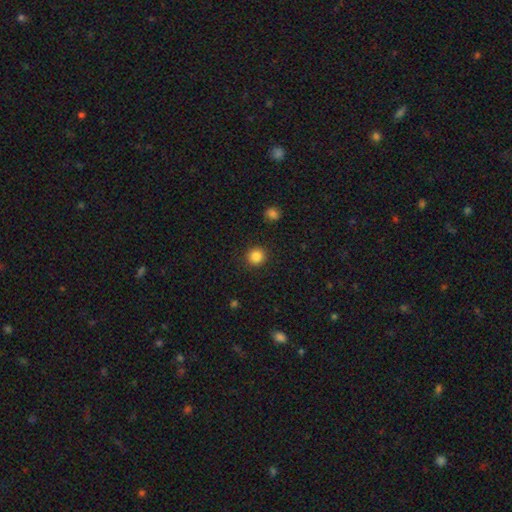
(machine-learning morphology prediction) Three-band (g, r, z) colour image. It shows a smooth galaxy with no disk features (86%) that is round (92%). Merging: none (90%).